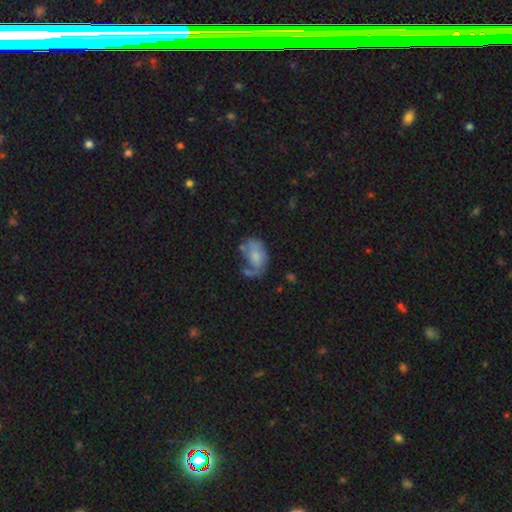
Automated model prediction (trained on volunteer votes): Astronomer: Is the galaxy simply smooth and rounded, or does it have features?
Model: smooth — 47% (runner-up: featured or disk, 44%).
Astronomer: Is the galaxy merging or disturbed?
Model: major disturbance — 32% (runner-up: none, 31%).